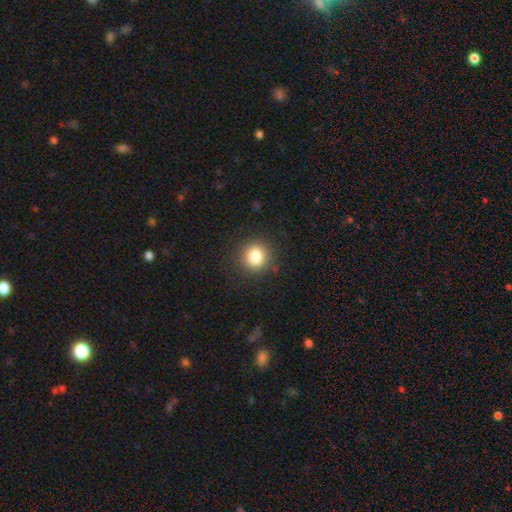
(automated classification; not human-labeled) smooth 78%, star or artifact 17%, featured or disk 5%. Down the decision tree: how rounded — round (95%); merging — none (93%).